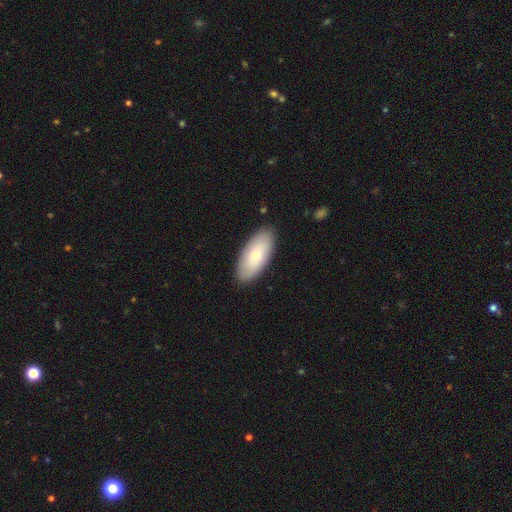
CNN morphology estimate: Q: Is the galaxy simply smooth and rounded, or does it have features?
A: smooth — 73%.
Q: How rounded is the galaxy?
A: in between — 91%.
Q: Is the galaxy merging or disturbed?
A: none — 88%.